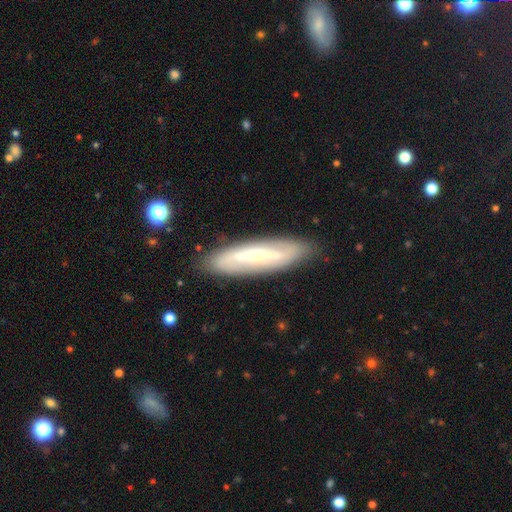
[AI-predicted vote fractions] Q: Smooth or featured?
A: featured or disk (67%); runner-up: smooth (27%)
Q: Edge-on disk?
A: no (68%); runner-up: yes (32%)
Q: Merging?
A: none (85%); runner-up: minor disturbance (11%)